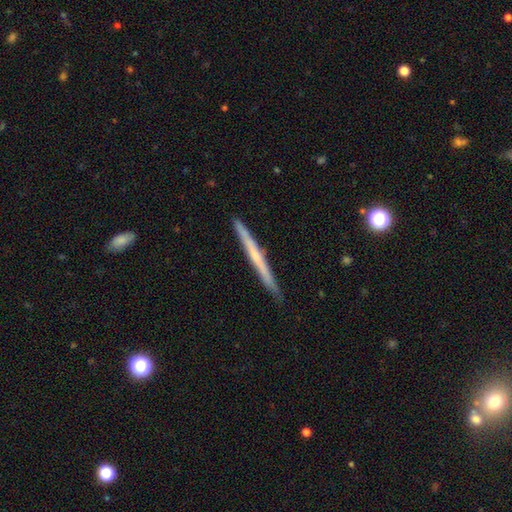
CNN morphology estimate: This appears to be a featured or disk galaxy (60%) viewed edge-on (97%) with no central bulge (64%). Merging: none (90%).